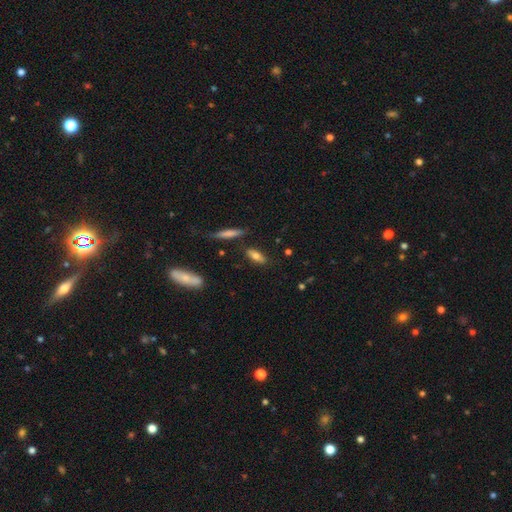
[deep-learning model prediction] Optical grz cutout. It shows a smooth galaxy with no disk features (69%) that is in between round and cigar-shaped (64%). Merging: none (79%).